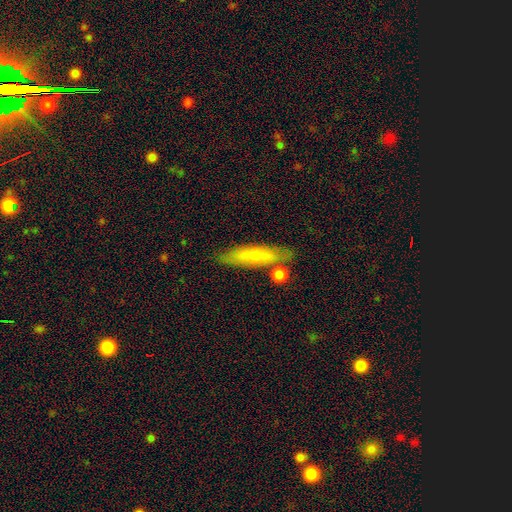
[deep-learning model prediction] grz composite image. It shows a smooth galaxy with no disk features (62%) that is cigar-shaped (70%). Merging: none (70%).